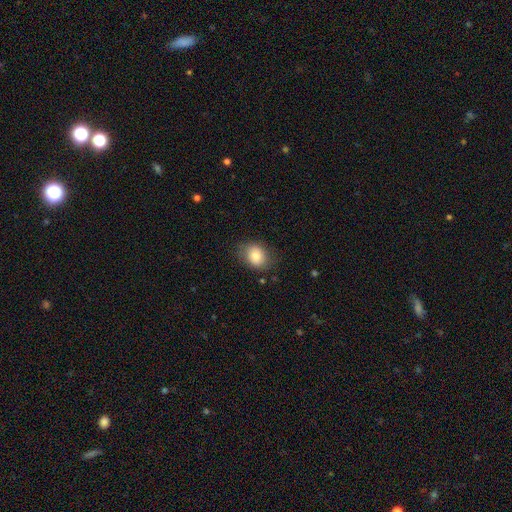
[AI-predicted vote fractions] Smooth or featured? Predicted: smooth (p=0.80). How rounded? Predicted: in between (p=0.52). Merging? Predicted: none (p=0.76).